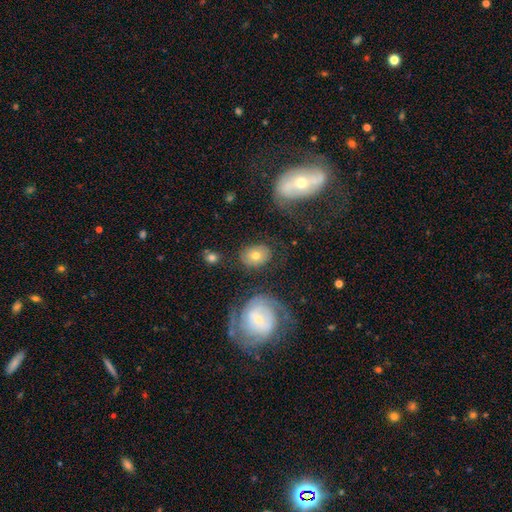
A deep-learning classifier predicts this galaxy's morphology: smooth-or-featured: smooth: 63% | featured or disk: 28% | star or artifact: 9%
  how-rounded: in between: 58% | round: 40% | cigar-shaped: 1%
  merging: none: 72% | minor disturbance: 14% | major disturbance: 7% | merger: 6%